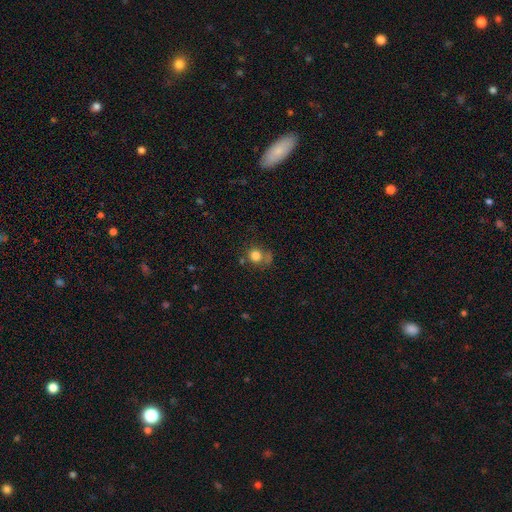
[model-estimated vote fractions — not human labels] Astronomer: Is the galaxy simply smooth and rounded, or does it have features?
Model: smooth — 80%.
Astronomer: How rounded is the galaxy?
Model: round — 87%.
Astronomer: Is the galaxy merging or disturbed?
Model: none — 57%.